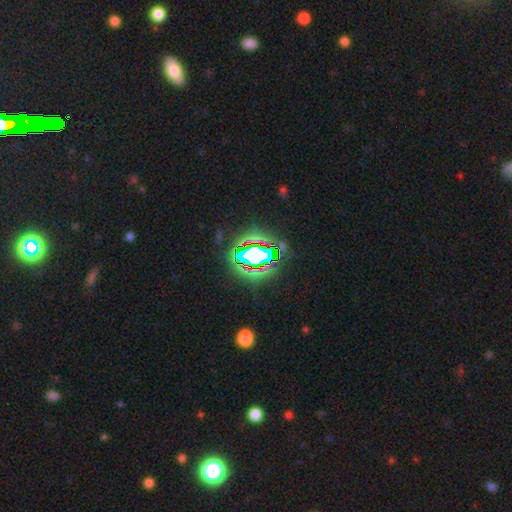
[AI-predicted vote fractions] Smooth or featured?
  - star or artifact: 72% *
  - featured or disk: 14%
  - smooth: 14%